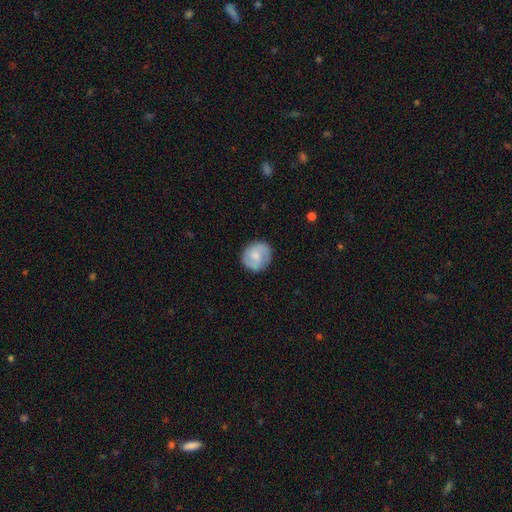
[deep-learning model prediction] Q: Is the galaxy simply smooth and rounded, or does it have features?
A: featured or disk — 52%.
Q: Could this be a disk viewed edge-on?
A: no — 98%.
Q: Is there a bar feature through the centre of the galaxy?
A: no — 52%.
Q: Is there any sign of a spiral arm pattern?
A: yes — 90%.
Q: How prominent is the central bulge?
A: moderate — 39%.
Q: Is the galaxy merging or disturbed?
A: none — 85%.